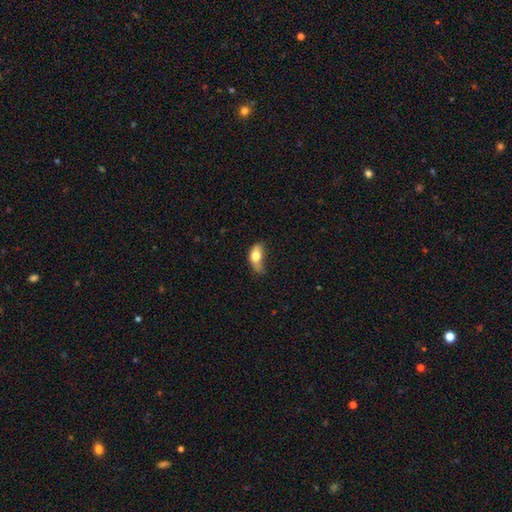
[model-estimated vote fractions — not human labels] A smooth galaxy with no disk features (75%) that is in between round and cigar-shaped (84%).

Vote fractions:
- Smooth or featured? smooth: 75% / featured or disk: 17% / star or artifact: 8%
- How rounded? in between: 84% / round: 9% / cigar-shaped: 7%
- Merging? minor disturbance: 40% / major disturbance: 29% / none: 25% / merger: 5%